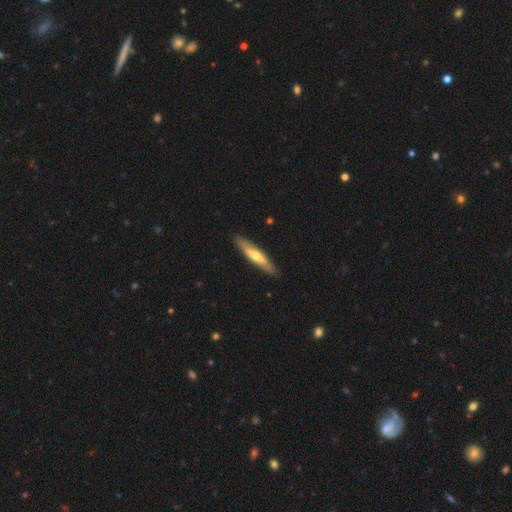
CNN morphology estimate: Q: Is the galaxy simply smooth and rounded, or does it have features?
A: featured or disk — 48%.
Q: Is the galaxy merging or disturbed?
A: none — 89%.